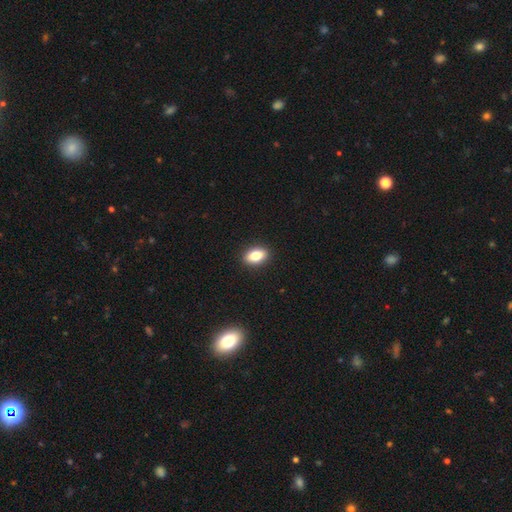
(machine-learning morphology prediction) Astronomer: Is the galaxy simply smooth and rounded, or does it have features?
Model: smooth — 81%.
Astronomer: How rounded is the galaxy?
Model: in between — 86%.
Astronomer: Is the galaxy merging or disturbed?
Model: none — 91%.